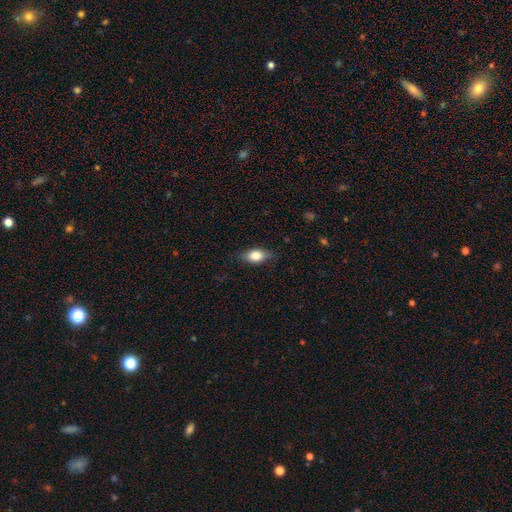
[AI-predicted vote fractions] This is likely a smooth galaxy (76%). How rounded: clearly in between (82%). Merging: clearly none (81%).